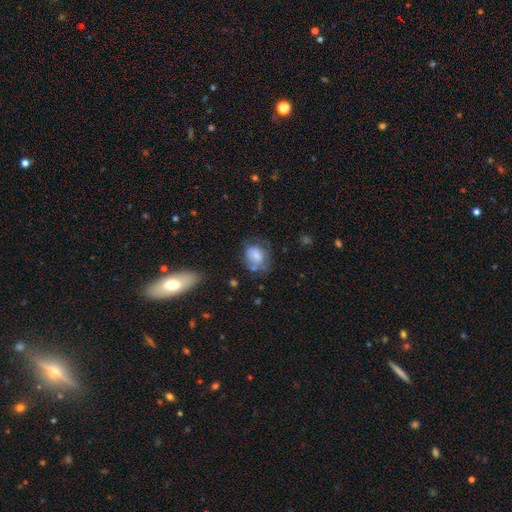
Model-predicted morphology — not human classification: smooth_or_featured: smooth (p=0.70) [alt: featured or disk p=0.21]
how_rounded: in between (p=0.63) [alt: round p=0.35]
merging: none (p=0.43) [alt: minor disturbance p=0.30]